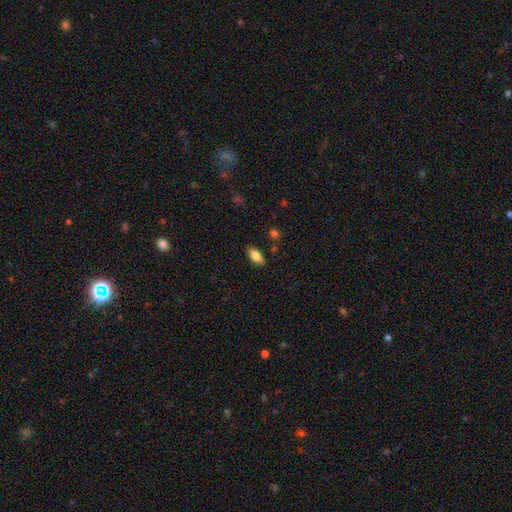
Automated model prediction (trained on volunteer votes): Overall: smooth (81%). How rounded: in between (88%). Merging: none (86%).